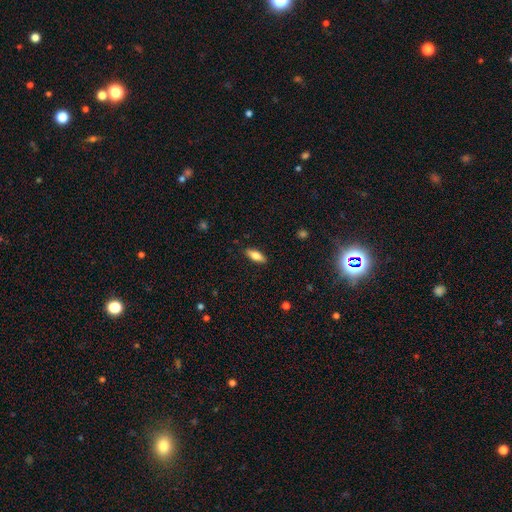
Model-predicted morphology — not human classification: Smooth or featured?
  - smooth: 74% *
  - featured or disk: 20%
  - star or artifact: 7%
How rounded?
  - in between: 69% *
  - cigar-shaped: 29%
  - round: 2%
Merging?
  - none: 88% *
  - minor disturbance: 9%
  - major disturbance: 2%
  - merger: 1%